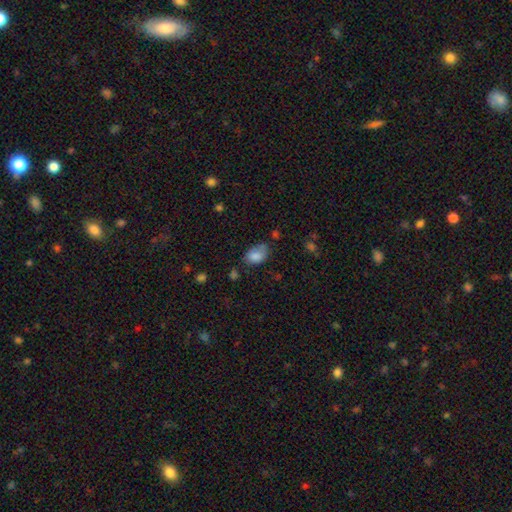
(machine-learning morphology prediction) Q: Smooth or featured?
A: smooth (82%); runner-up: featured or disk (9%)
Q: How rounded?
A: in between (82%); runner-up: round (17%)
Q: Merging?
A: none (45%); runner-up: minor disturbance (36%)